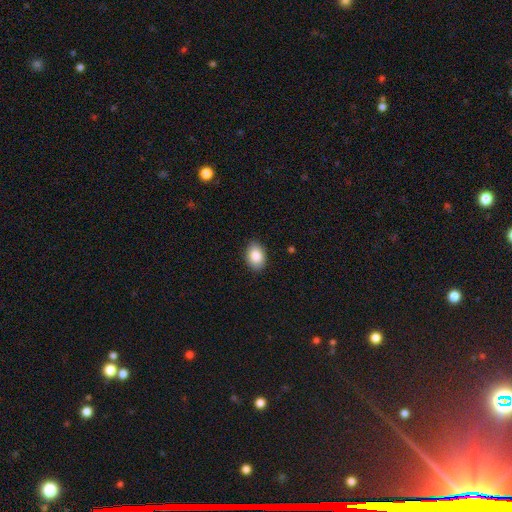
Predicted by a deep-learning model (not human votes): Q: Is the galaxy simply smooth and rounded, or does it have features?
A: smooth — 87%.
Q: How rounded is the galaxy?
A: in between — 78%.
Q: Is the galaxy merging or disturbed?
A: none — 87%.